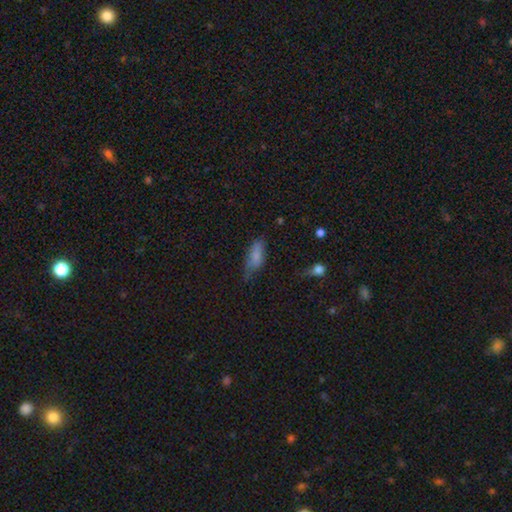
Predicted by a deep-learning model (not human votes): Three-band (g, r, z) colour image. It shows a smooth galaxy with no disk features (76%) that is in between round and cigar-shaped (79%). Merging: none (46%).